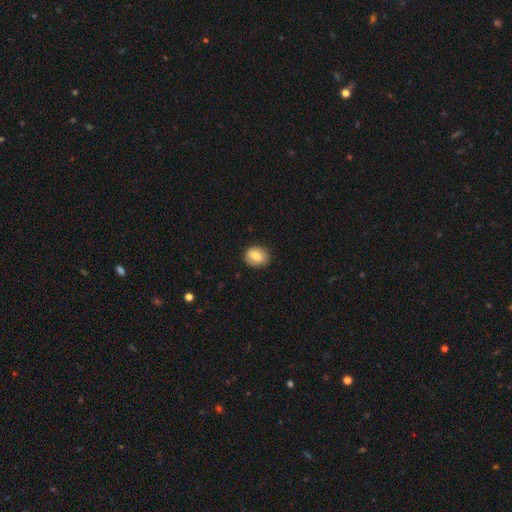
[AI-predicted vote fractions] Smooth or featured? Predicted: smooth (p=0.74). How rounded? Predicted: round (p=0.53). Merging? Predicted: none (p=0.82).